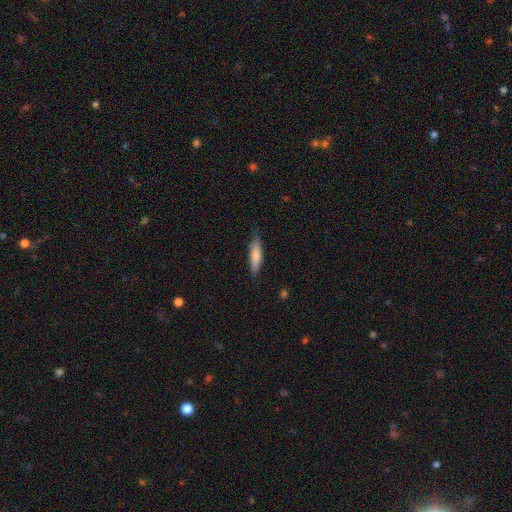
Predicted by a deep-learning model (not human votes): Overall: smooth (80%). How rounded: cigar-shaped (71%). Merging: none (82%).